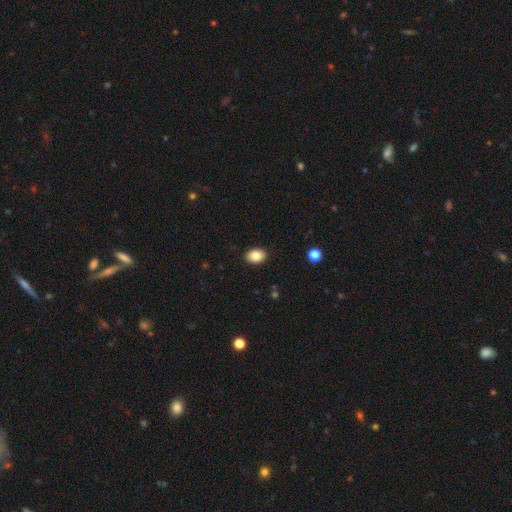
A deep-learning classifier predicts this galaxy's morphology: The model was most divided on "how rounded": in between: 79%, round: 20%, cigar-shaped: 1%. More confident: merging — none (90%); smooth or featured — smooth (86%).